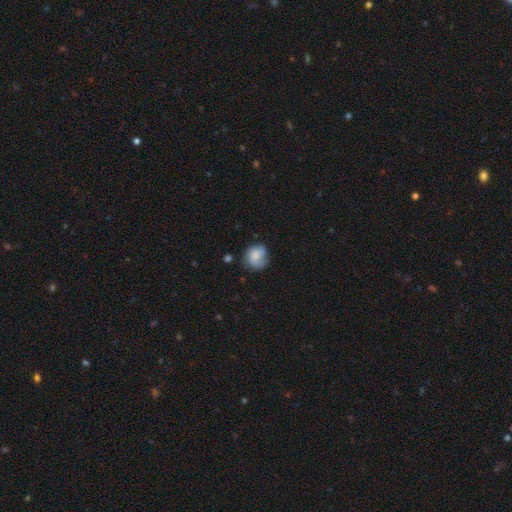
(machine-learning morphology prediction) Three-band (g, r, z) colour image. It shows a smooth galaxy with no disk features (66%) that is round (73%). Merging: none (58%).